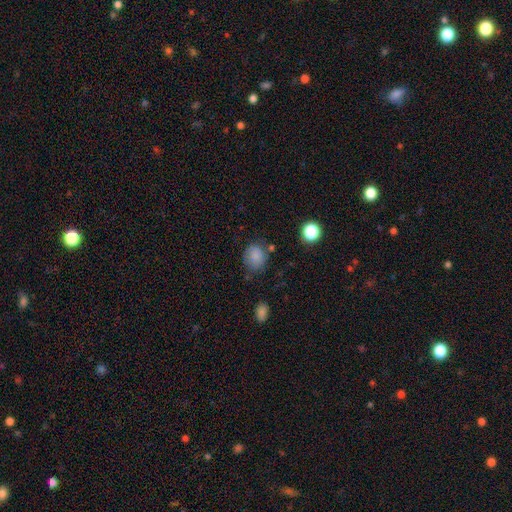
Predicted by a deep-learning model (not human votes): Q: Smooth or featured?
A: smooth (82%); runner-up: star or artifact (11%)
Q: How rounded?
A: round (65%); runner-up: in between (34%)
Q: Merging?
A: none (67%); runner-up: minor disturbance (21%)